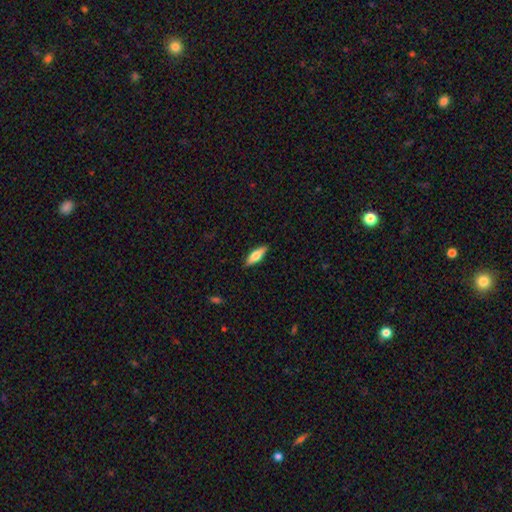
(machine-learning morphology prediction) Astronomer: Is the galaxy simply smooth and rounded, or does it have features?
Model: smooth — 63%.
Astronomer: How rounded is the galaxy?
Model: in between — 55% (runner-up: cigar-shaped, 42%).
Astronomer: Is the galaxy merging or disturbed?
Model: none — 88%.